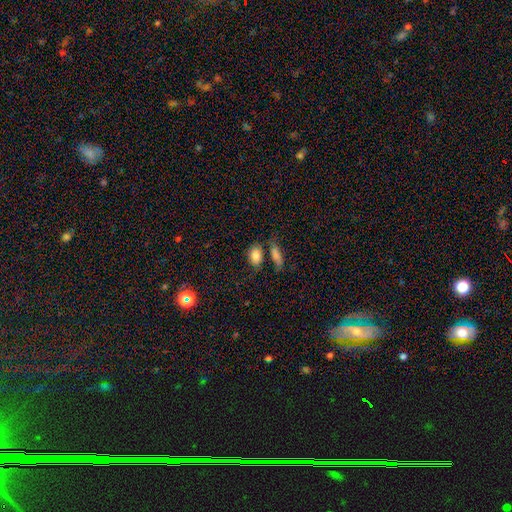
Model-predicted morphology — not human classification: type=smooth (82%); roundness=in between (79%); merging=none (58%).